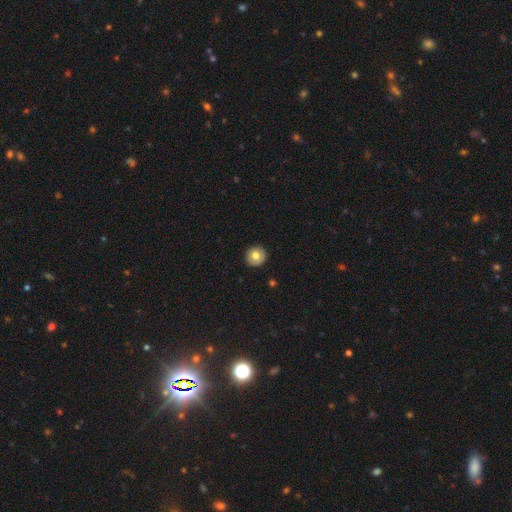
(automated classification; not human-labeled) This appears to be a smooth galaxy with no disk features (75%) that is round (94%). Merging: none (92%).